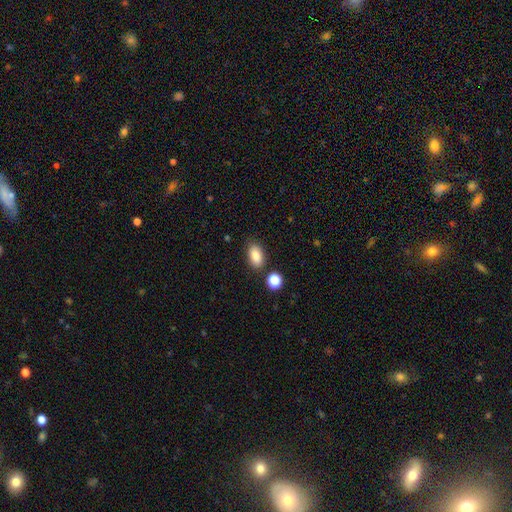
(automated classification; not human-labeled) Overall: smooth (87%). How rounded: in between (90%). Merging: none (81%).